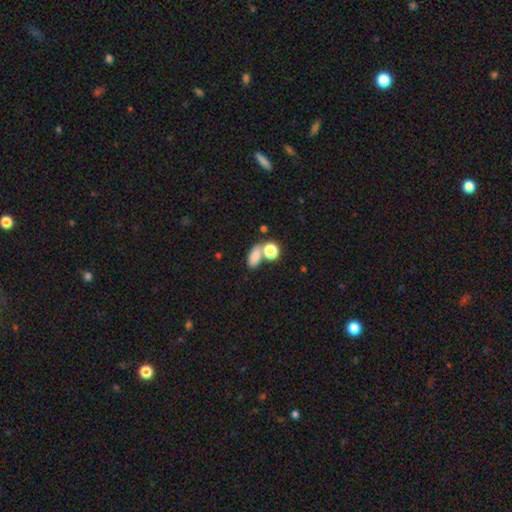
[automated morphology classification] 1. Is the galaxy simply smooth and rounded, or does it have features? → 78% smooth, 13% star or artifact, 9% featured or disk.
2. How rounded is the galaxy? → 78% in between, 18% round, 4% cigar-shaped.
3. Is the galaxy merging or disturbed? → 44% none, 38% merger, 12% minor disturbance, 7% major disturbance.